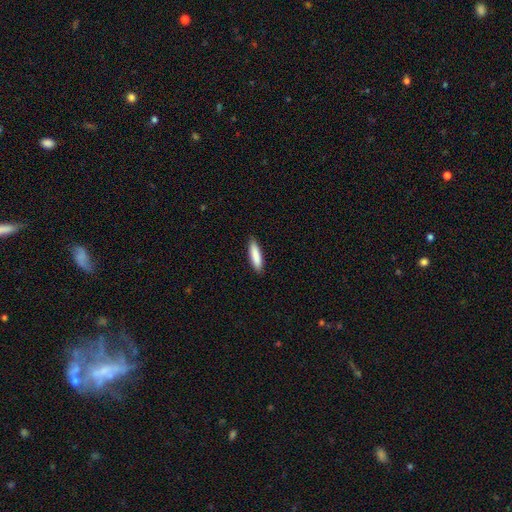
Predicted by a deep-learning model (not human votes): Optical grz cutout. It shows a smooth galaxy with no disk features (87%) that is cigar-shaped (74%). Merging: none (89%).